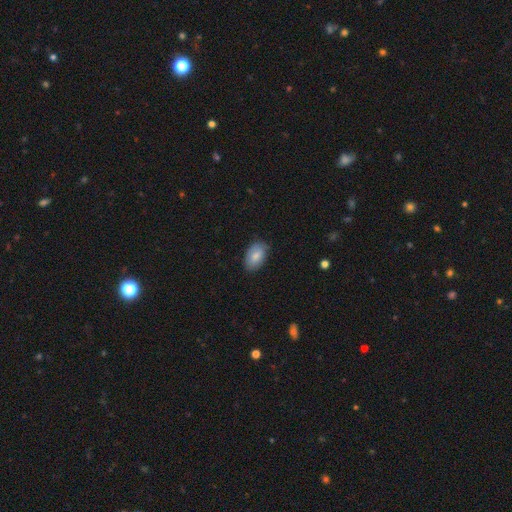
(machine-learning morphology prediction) Smooth or featured?
  - smooth: 82% *
  - featured or disk: 11%
  - star or artifact: 6%
How rounded?
  - in between: 92% *
  - round: 6%
  - cigar-shaped: 1%
Merging?
  - none: 82% *
  - minor disturbance: 14%
  - major disturbance: 2%
  - merger: 1%